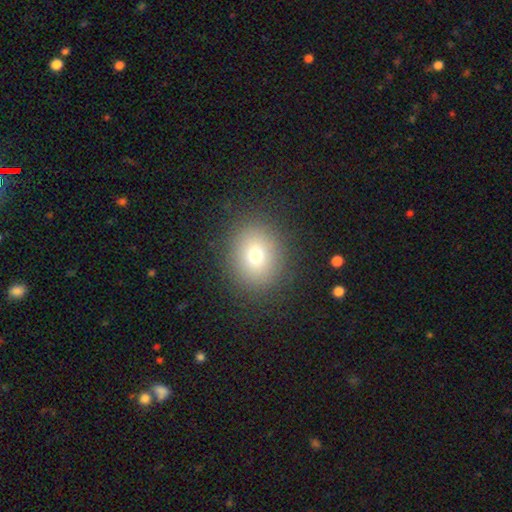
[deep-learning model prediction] Morphology: type=smooth (73%); roundness=round (69%); merging=none (87%).